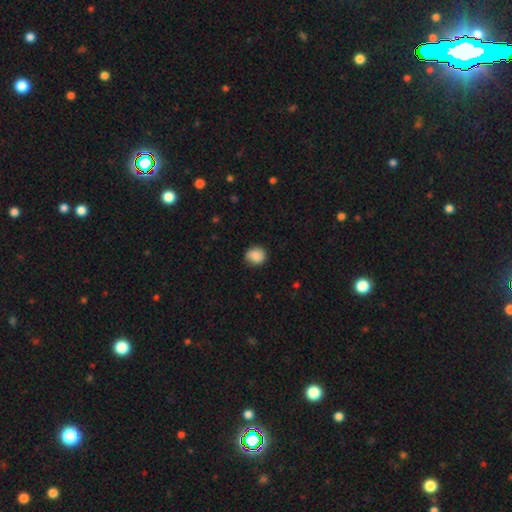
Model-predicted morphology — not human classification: This is clearly a smooth galaxy (86%). How rounded: likely round (75%). Merging: clearly none (81%).